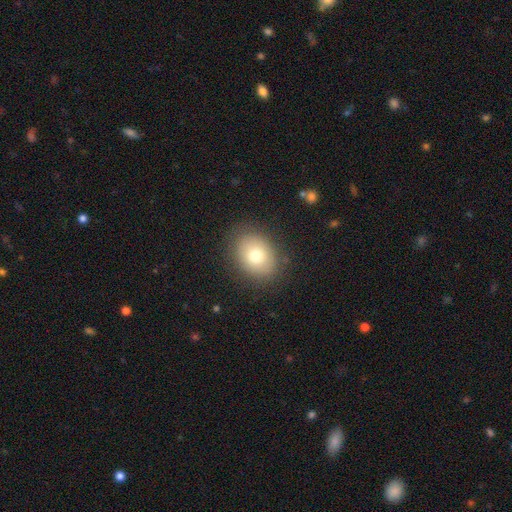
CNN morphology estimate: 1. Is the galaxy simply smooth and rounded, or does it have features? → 74% smooth, 15% featured or disk, 11% star or artifact.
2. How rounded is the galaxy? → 54% in between, 45% round, 1% cigar-shaped.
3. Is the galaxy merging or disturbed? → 84% none, 10% minor disturbance, 4% major disturbance, 1% merger.